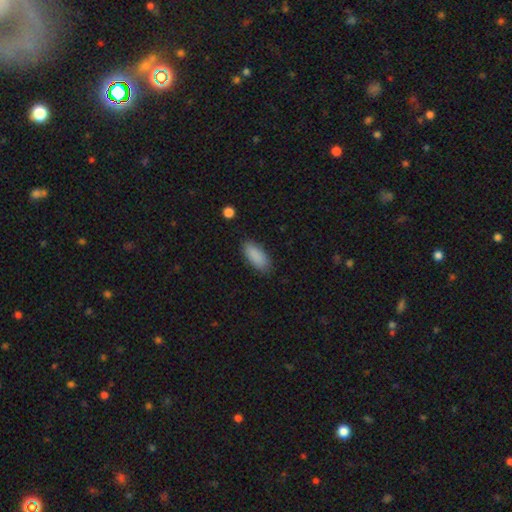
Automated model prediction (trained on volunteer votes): Morphology: type=smooth (89%); roundness=in between (83%); merging=none (85%).